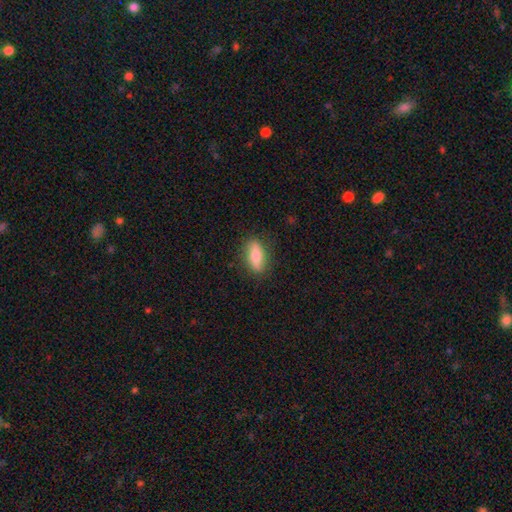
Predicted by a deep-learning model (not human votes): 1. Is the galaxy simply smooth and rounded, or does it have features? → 73% smooth, 20% featured or disk, 6% star or artifact.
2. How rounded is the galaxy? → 76% in between, 20% cigar-shaped, 4% round.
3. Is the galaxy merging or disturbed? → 84% none, 12% minor disturbance, 3% major disturbance, 1% merger.